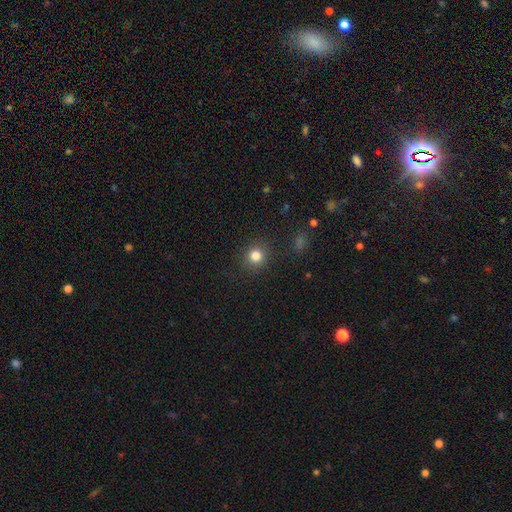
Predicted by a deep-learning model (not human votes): Q: Smooth or featured?
A: smooth (82%); runner-up: star or artifact (13%)
Q: How rounded?
A: round (89%); runner-up: in between (11%)
Q: Merging?
A: none (89%); runner-up: minor disturbance (7%)